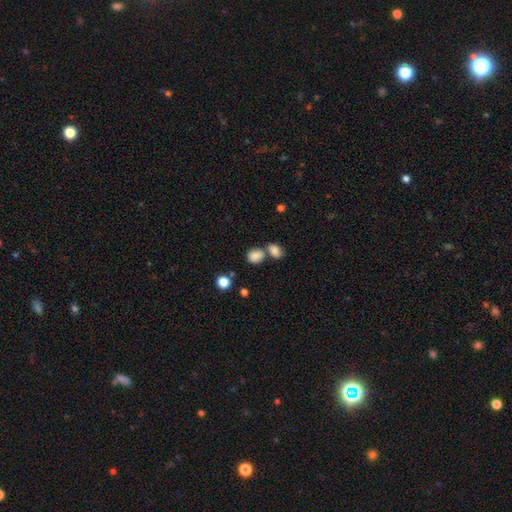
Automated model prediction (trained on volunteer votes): This is clearly a smooth galaxy (84%). How rounded: possibly in between (50%). Merging: marginally none (43%).